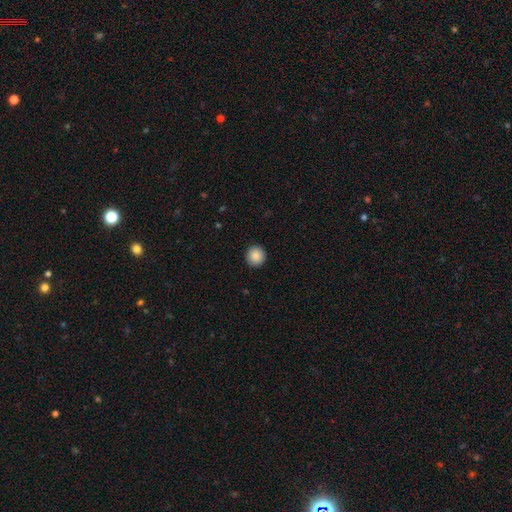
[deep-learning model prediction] Smooth or featured?
  - smooth: 88% *
  - star or artifact: 8%
  - featured or disk: 4%
How rounded?
  - round: 94% *
  - in between: 5%
  - cigar-shaped: 1%
Merging?
  - none: 93% *
  - minor disturbance: 5%
  - major disturbance: 2%
  - merger: 1%